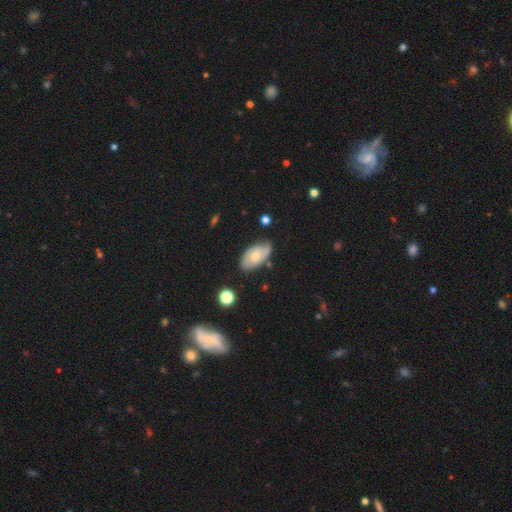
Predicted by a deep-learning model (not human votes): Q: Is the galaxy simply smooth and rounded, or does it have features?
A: smooth — 51%.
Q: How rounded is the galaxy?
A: in between — 92%.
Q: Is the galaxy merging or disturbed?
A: none — 66%.